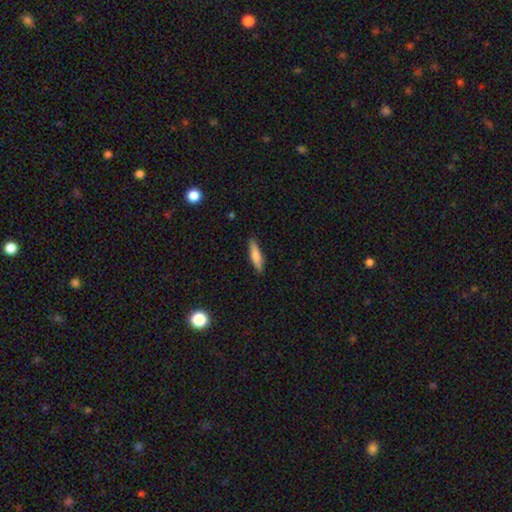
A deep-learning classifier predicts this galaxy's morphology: The model was most divided on "how rounded": cigar-shaped: 78%, in between: 20%, round: 2%. More confident: merging — none (88%); smooth or featured — smooth (77%).